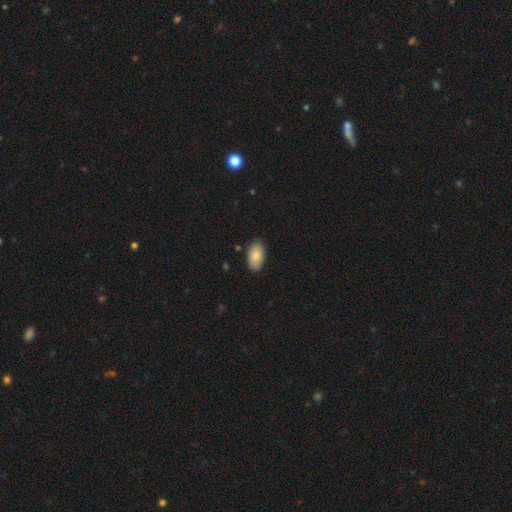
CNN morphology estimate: This appears to be a smooth galaxy with no disk features (84%) that is in between round and cigar-shaped (95%). Merging: none (86%).